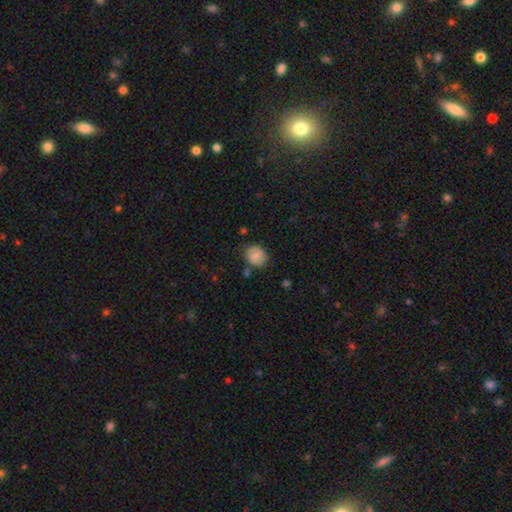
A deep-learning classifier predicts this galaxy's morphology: Smooth or featured? Predicted: smooth (p=0.73). How rounded? Predicted: round (p=0.69). Merging? Predicted: none (p=0.73).